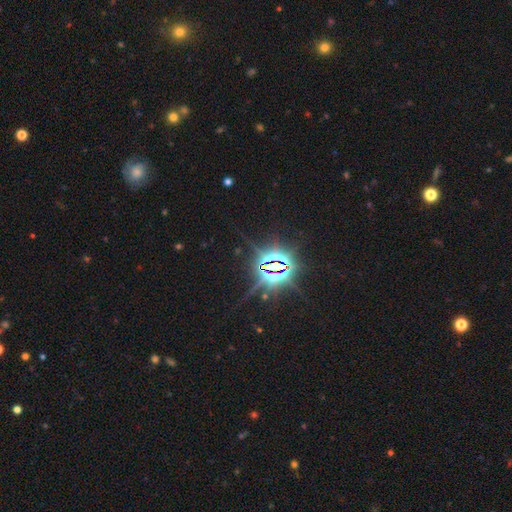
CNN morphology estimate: smooth_or_featured: star or artifact (p=0.85) [alt: featured or disk p=0.09]